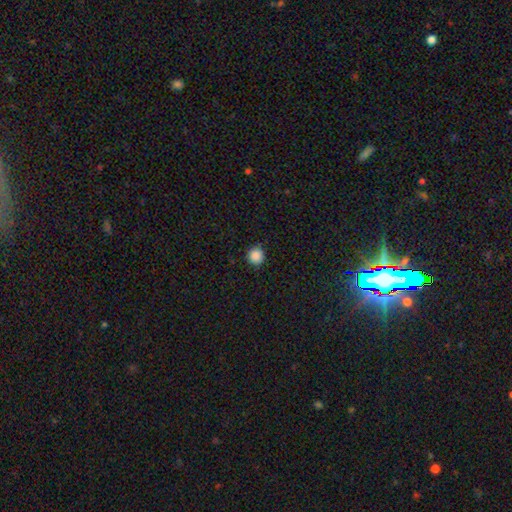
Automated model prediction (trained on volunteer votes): A smooth galaxy with no disk features (88%) that is round (94%). Merging: none (91%).